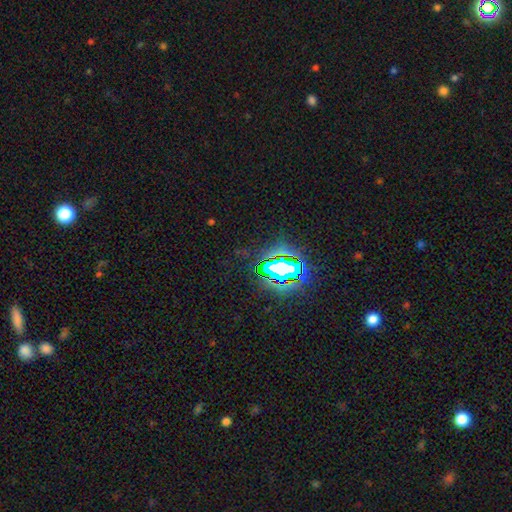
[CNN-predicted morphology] Overall: star or artifact (80%).